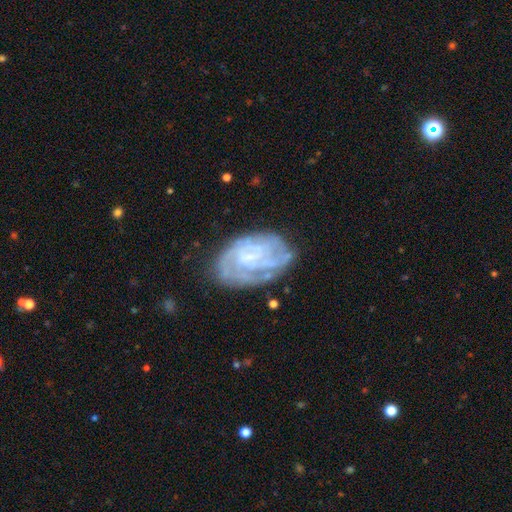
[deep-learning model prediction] The model was most divided on "bulge size": small: 46%, none: 34%, moderate: 16%, large: 2%, dominant: 1%. Remaining: edge-on disk — no (97%); spiral arms — yes (85%); smooth or featured — featured or disk (76%); merging — none (66%); spiral winding — tight (62%); bar — no (59%); spiral arm count — can't tell (44%).